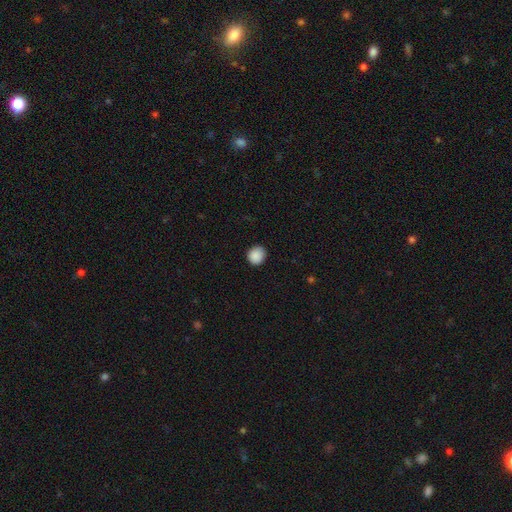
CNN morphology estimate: This appears to be a smooth galaxy with no disk features (89%) that is round (83%). Merging: none (87%).